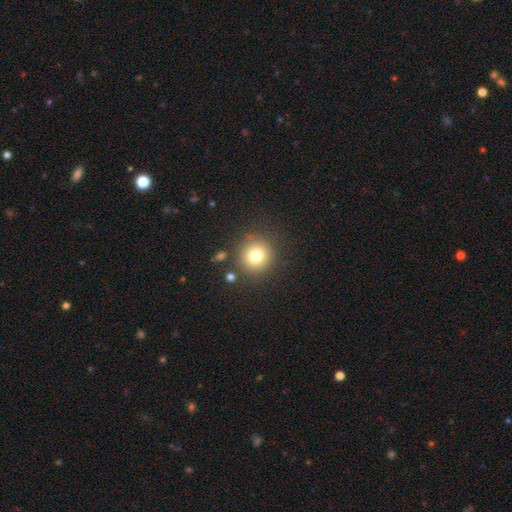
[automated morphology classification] type=smooth (78%); roundness=round (91%); merging=none (85%).